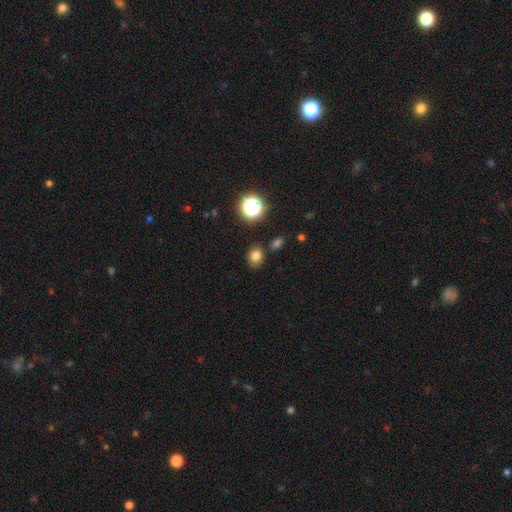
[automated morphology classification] smooth_or_featured: smooth (p=0.77) [alt: star or artifact p=0.16]
how_rounded: round (p=0.59) [alt: in between p=0.40]
merging: none (p=0.81) [alt: minor disturbance p=0.11]